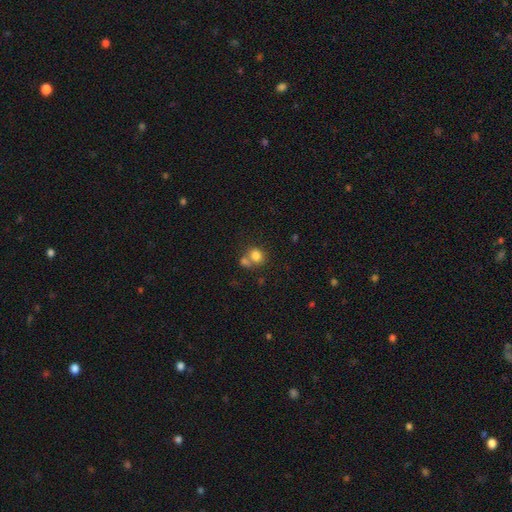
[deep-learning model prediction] Smooth or featured? smooth (79%)
How rounded? round (69%)
Merging? none (45%)